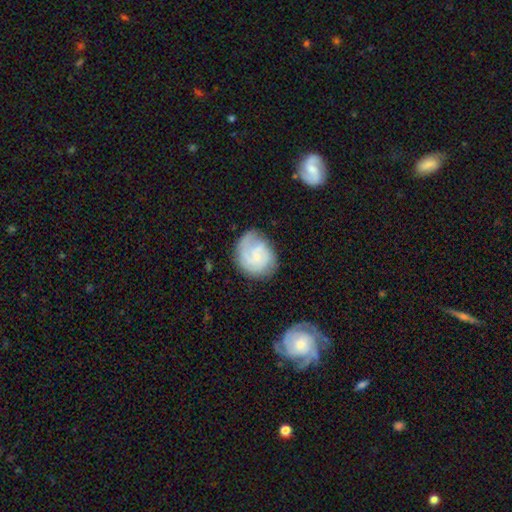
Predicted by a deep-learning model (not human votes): featured or disk 66%, smooth 27%, star or artifact 7%. Down the decision tree: edge-on disk — no (98%); bar — no (64%); spiral arms — yes (91%); spiral arm count — 2 (35%); spiral winding — tight (54%); bulge size — small (74%); merging — none (66%).